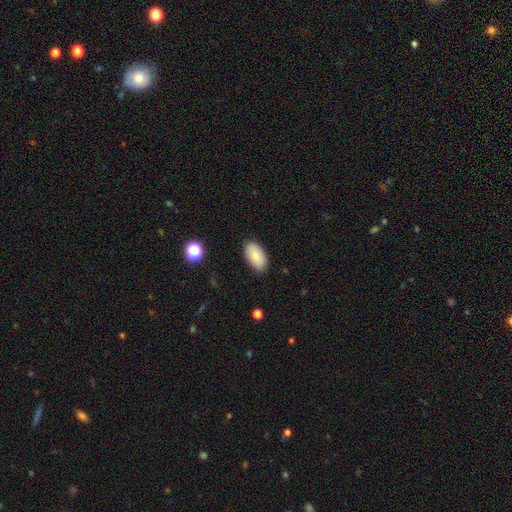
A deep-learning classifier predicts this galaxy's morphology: This is clearly a smooth galaxy (84%). How rounded: clearly in between (95%). Merging: clearly none (87%).